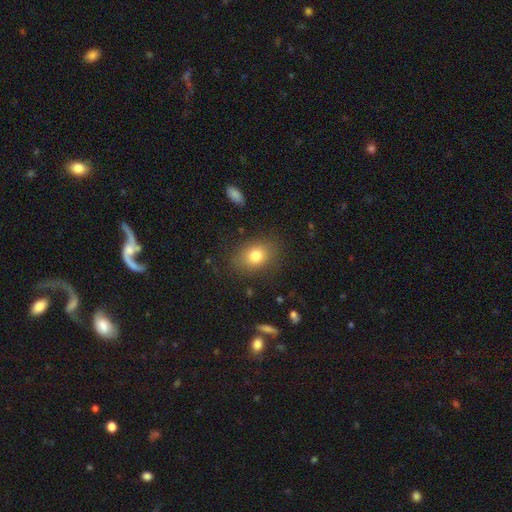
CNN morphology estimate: Smooth or featured: smooth — 79% (star or artifact — 11%)
How rounded: in between — 63% (round — 35%)
Merging: none — 80% (minor disturbance — 13%)